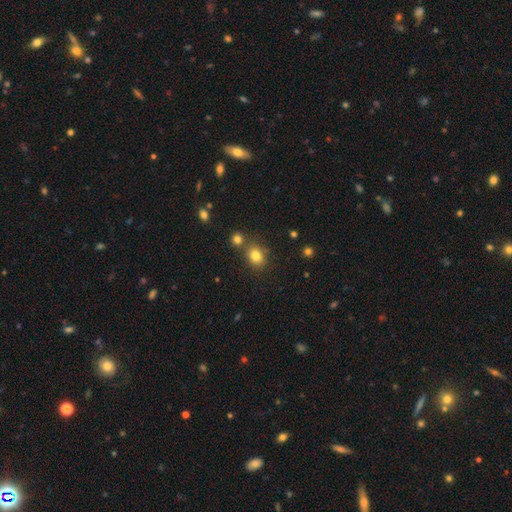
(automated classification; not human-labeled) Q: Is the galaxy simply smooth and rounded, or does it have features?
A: smooth — 80%.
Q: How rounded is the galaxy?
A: round — 60%.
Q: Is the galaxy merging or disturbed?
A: none — 70%.